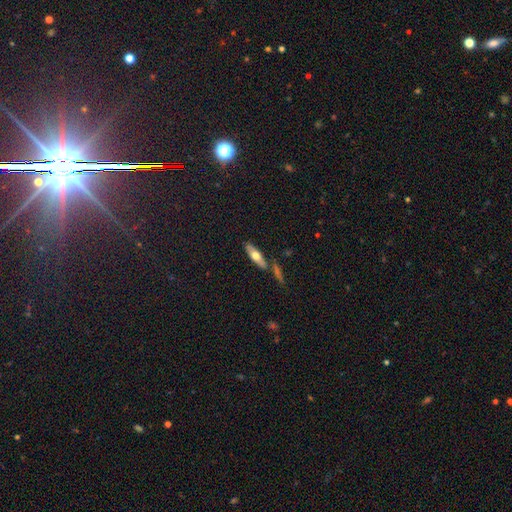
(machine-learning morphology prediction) type=smooth (53%); roundness=in between (51%); merging=none (70%).